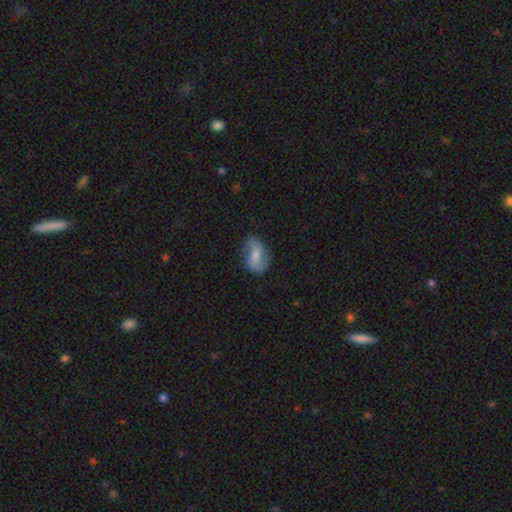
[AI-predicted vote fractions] Overall: featured or disk (53%; smooth 40%). Edge-on disk: no (96%). Bar: weak (43%; no 36%). Spiral arms: yes (86%). Bulge size: moderate (38%; small 34%). Merging: none (70%).